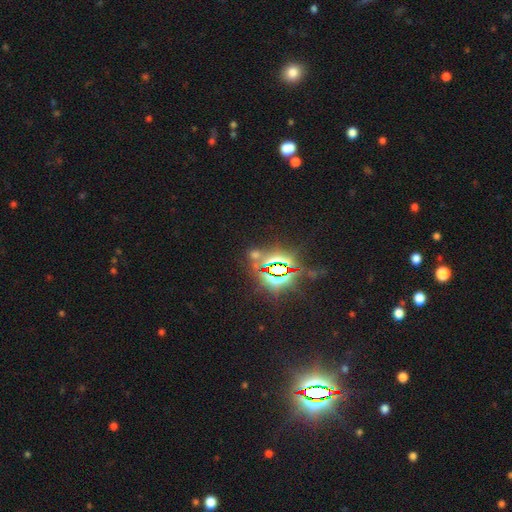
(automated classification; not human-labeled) smooth-or-featured: star or artifact: 72% | smooth: 21% | featured or disk: 7%